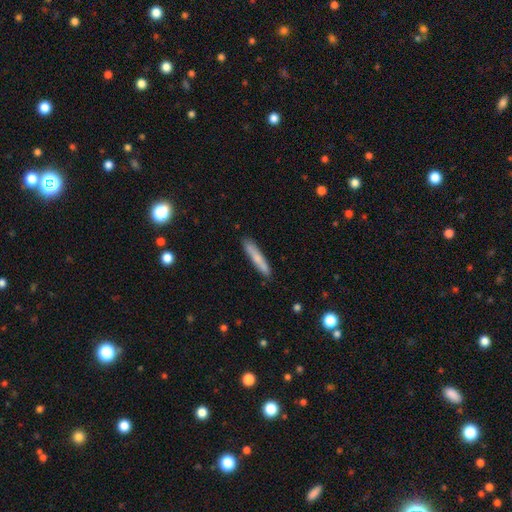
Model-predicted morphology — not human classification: smooth-or-featured: smooth: 74% | featured or disk: 21% | star or artifact: 5%
  how-rounded: cigar-shaped: 92% | in between: 7% | round: 1%
  merging: none: 86% | minor disturbance: 11% | major disturbance: 2% | merger: 1%